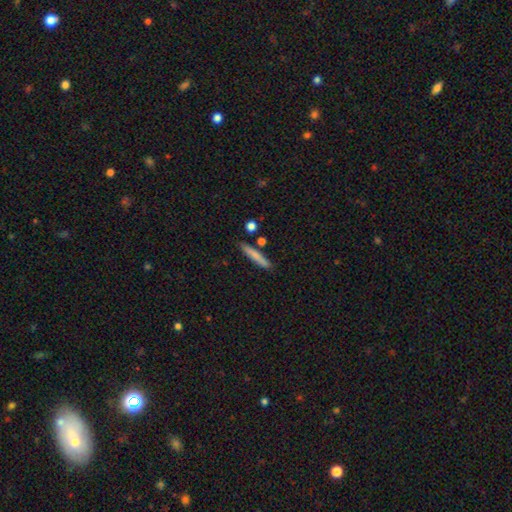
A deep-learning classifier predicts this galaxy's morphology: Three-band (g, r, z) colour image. It shows a smooth galaxy with no disk features (76%) that is cigar-shaped (92%). Merging: none (83%).